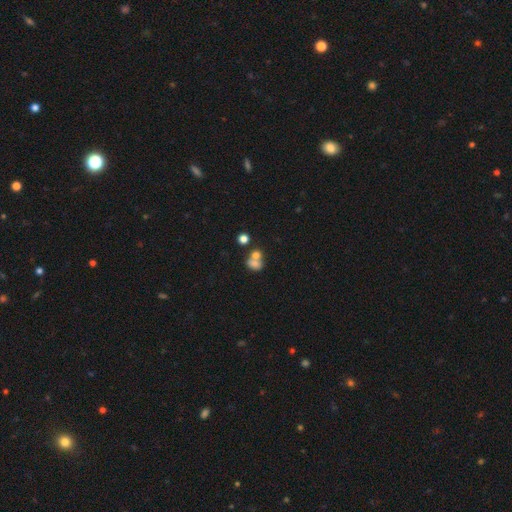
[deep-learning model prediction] This appears to be a smooth galaxy with no disk features (71%) that is round (50%). Merging: merger (57%).